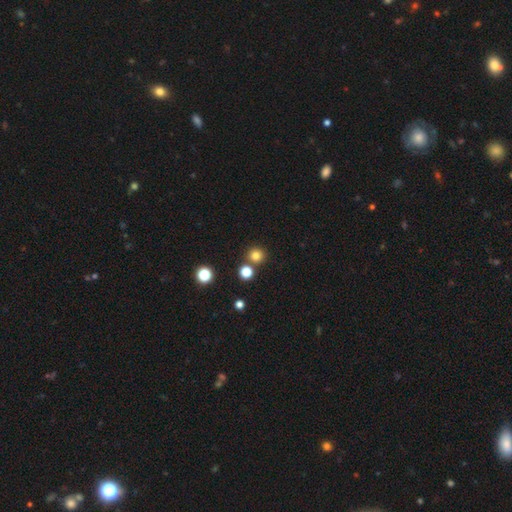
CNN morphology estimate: A smooth galaxy with no disk features (80%) that is round (92%).

Vote fractions:
- Smooth or featured? smooth: 80% / star or artifact: 15% / featured or disk: 5%
- How rounded? round: 92% / in between: 7% / cigar-shaped: 1%
- Merging? none: 81% / merger: 11% / minor disturbance: 6% / major disturbance: 2%